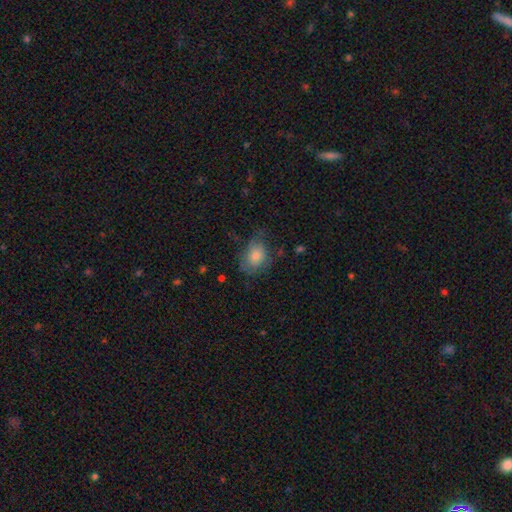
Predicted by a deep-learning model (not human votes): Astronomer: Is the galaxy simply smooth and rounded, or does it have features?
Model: smooth — 69%.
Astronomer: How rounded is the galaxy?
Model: in between — 62%.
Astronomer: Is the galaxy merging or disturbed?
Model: none — 56%.